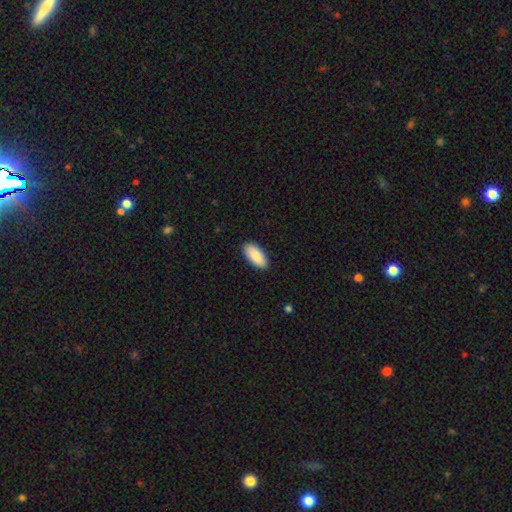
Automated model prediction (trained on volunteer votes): smooth-or-featured: smooth: 89% | featured or disk: 6% | star or artifact: 5%
  how-rounded: in between: 91% | cigar-shaped: 7% | round: 2%
  merging: none: 90% | minor disturbance: 8% | major disturbance: 2% | merger: 1%